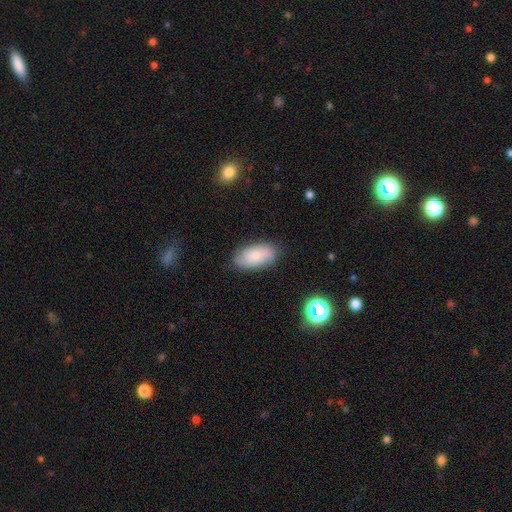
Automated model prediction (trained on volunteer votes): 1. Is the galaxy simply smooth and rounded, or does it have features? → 73% smooth, 19% featured or disk, 8% star or artifact.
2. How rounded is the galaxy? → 94% in between, 3% cigar-shaped, 3% round.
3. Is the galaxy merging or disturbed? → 80% none, 15% minor disturbance, 3% major disturbance, 1% merger.